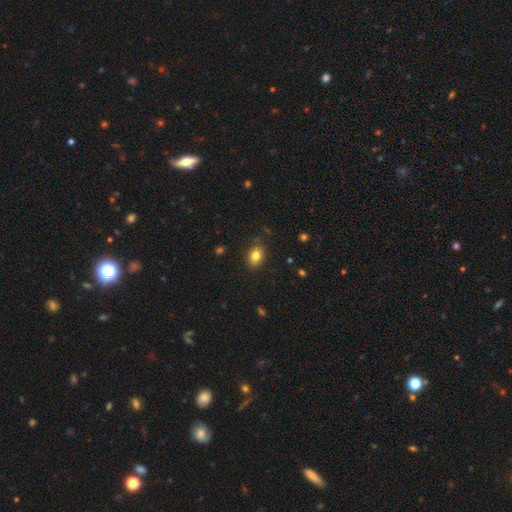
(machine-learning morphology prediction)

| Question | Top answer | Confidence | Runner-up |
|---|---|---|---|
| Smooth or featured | smooth | 80% | star or artifact (10%) |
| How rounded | in between | 70% | round (28%) |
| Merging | none | 82% | minor disturbance (14%) |